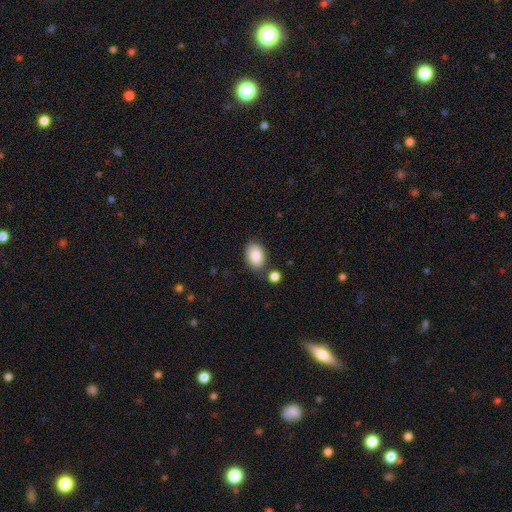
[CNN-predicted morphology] Smooth or featured? Predicted: smooth (p=0.88). How rounded? Predicted: in between (p=0.89). Merging? Predicted: none (p=0.76).